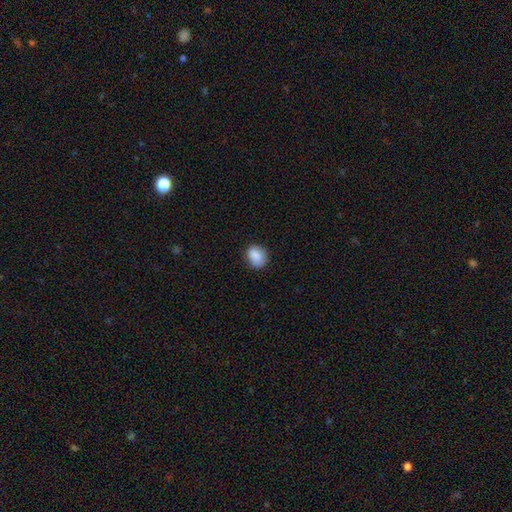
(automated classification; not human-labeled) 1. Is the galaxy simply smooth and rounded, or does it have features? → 87% smooth, 8% star or artifact, 5% featured or disk.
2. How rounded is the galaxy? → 59% in between, 39% round, 1% cigar-shaped.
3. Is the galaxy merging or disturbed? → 74% none, 20% minor disturbance, 4% major disturbance, 1% merger.